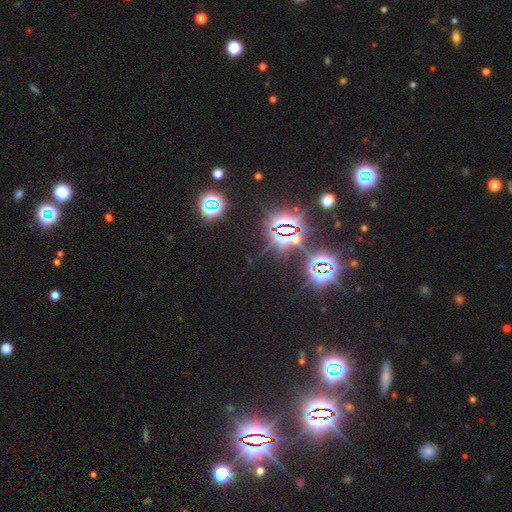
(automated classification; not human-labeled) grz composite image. It shows a star or artifact, not a galaxy (80%).